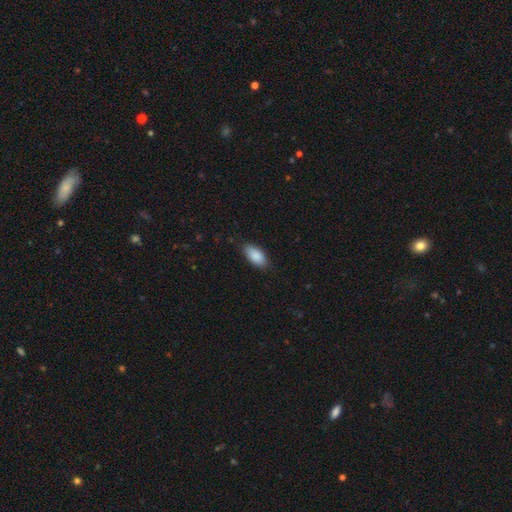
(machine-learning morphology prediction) A smooth galaxy with no disk features (88%) that is in between round and cigar-shaped (91%).

Vote fractions:
- Smooth or featured? smooth: 88% / star or artifact: 6% / featured or disk: 6%
- How rounded? in between: 91% / cigar-shaped: 7% / round: 2%
- Merging? none: 83% / minor disturbance: 14% / major disturbance: 2% / merger: 1%